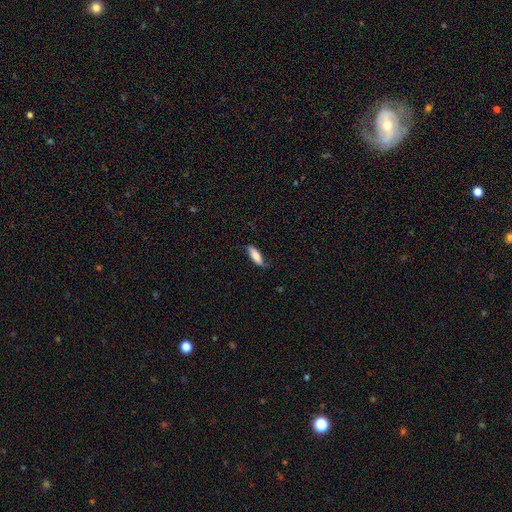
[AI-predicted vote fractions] Q: Smooth or featured?
A: smooth (78%); runner-up: featured or disk (16%)
Q: How rounded?
A: in between (56%); runner-up: cigar-shaped (42%)
Q: Merging?
A: none (71%); runner-up: minor disturbance (23%)